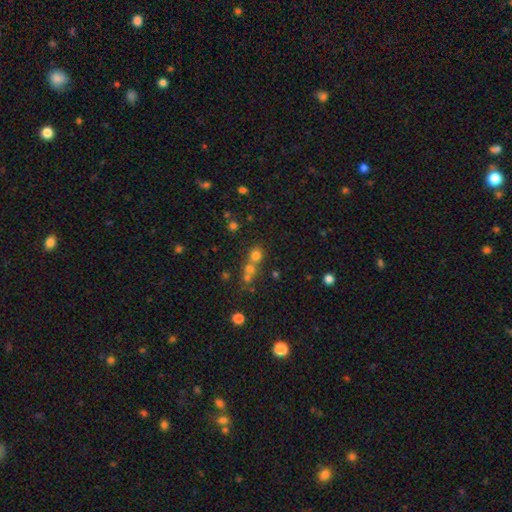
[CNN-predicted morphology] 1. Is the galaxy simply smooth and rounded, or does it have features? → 68% smooth, 20% star or artifact, 12% featured or disk.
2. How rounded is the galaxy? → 82% round, 16% in between, 1% cigar-shaped.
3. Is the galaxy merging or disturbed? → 46% merger, 44% none, 6% minor disturbance, 3% major disturbance.